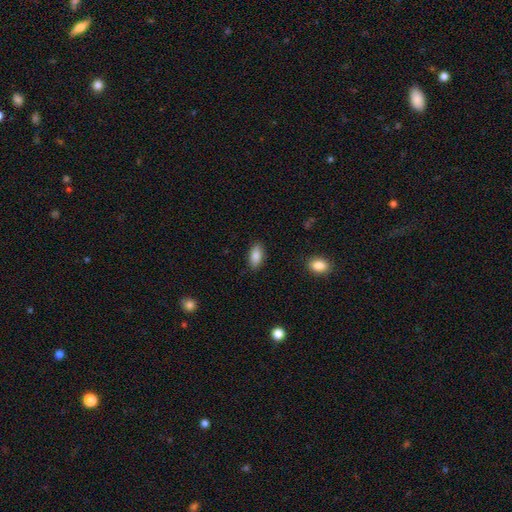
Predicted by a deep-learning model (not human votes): Q: Smooth or featured?
A: smooth (86%); runner-up: star or artifact (7%)
Q: How rounded?
A: in between (91%); runner-up: cigar-shaped (6%)
Q: Merging?
A: none (86%); runner-up: minor disturbance (10%)